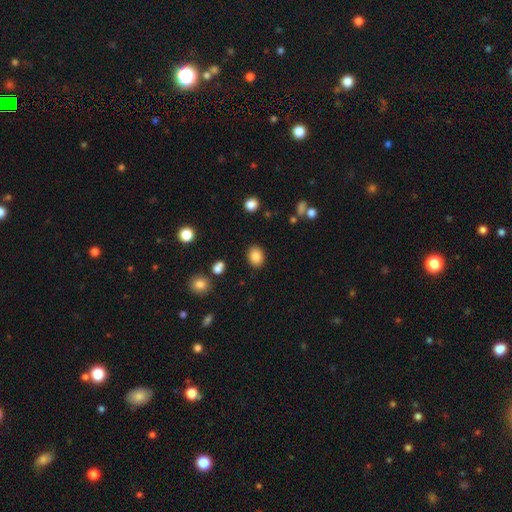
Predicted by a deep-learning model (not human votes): This appears to be a smooth galaxy with no disk features (85%) that is in between round and cigar-shaped (57%). Merging: none (87%).